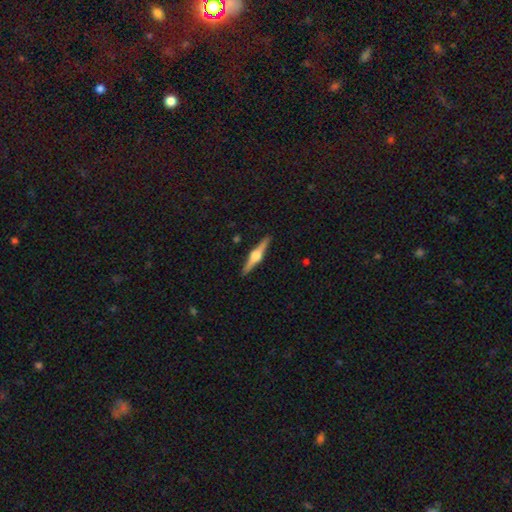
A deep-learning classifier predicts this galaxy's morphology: This is likely a featured or disk galaxy (79%). It is clearly viewed edge-on (98%). Edge-on bulge: clearly rounded (95%). Merging: clearly none (92%).